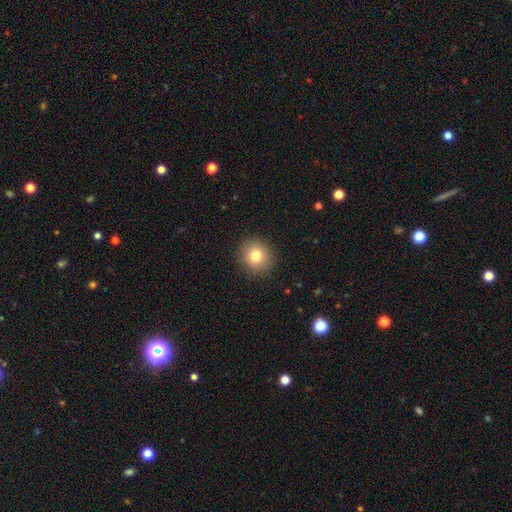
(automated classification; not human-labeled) smooth_or_featured: smooth (p=0.79) [alt: star or artifact p=0.11]
how_rounded: round (p=0.88) [alt: in between p=0.11]
merging: none (p=0.90) [alt: minor disturbance p=0.06]